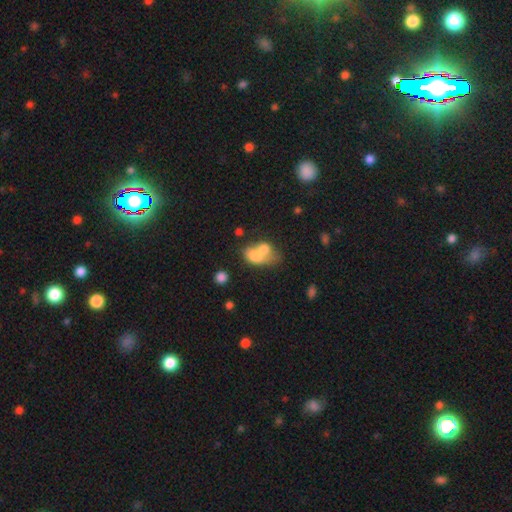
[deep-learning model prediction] This appears to be a smooth galaxy with no disk features (70%) that is in between round and cigar-shaped (74%). Merging: merger (69%).